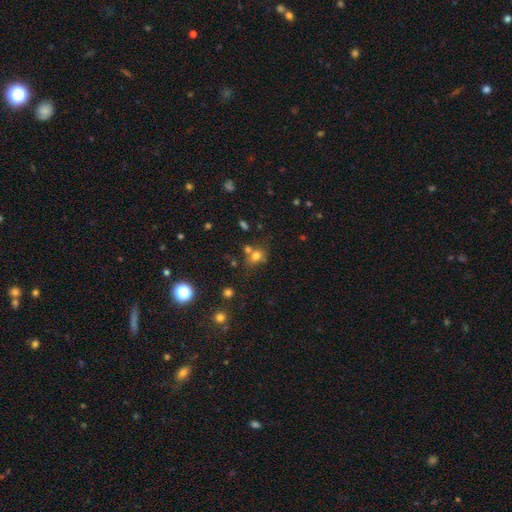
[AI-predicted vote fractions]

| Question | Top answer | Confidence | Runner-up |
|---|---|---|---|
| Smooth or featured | smooth | 71% | star or artifact (18%) |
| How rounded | round | 56% | in between (43%) |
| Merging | none | 53% | merger (28%) |